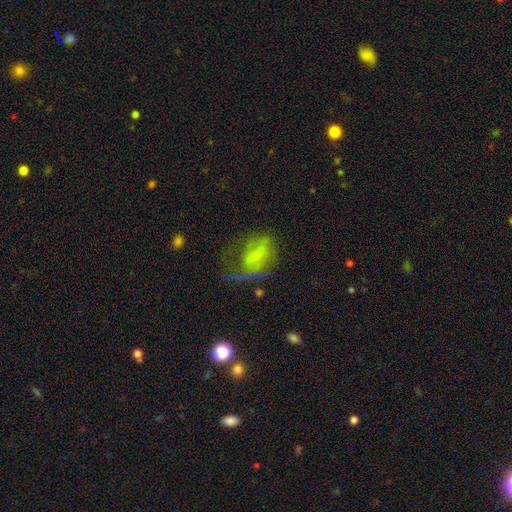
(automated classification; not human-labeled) A featured or disk galaxy (53%) with no bar (56%), spiral arms (59%) and no central bulge (50%).

Vote fractions:
- Smooth or featured? featured or disk: 53% / smooth: 33% / star or artifact: 14%
- Edge-on disk? no: 95% / yes: 5%
- Bar? no: 56% / weak: 33% / strong: 11%
- Spiral arms? yes: 59% / no: 41%
- Bulge size? none: 50% / small: 30% / moderate: 14% / large: 4% / dominant: 2%
- Merging? major disturbance: 48% / none: 30% / minor disturbance: 19% / merger: 3%